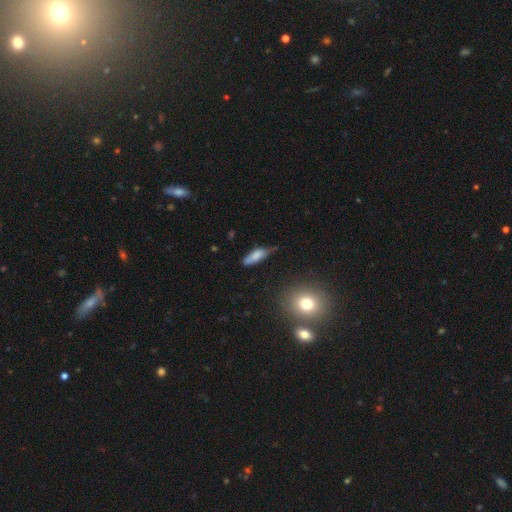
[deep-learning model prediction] Morphology: type=smooth (71%); roundness=in between (53%); merging=none (47%).